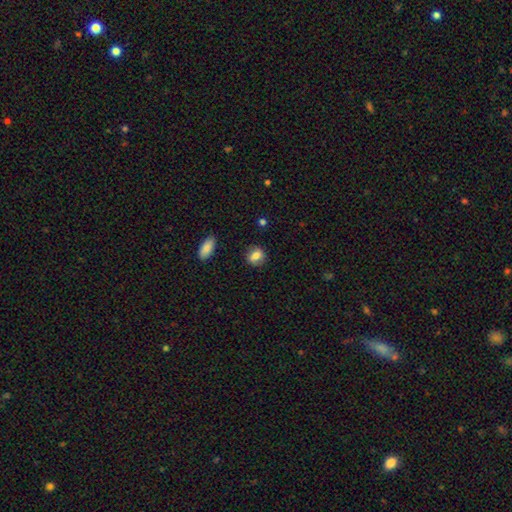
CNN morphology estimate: Smooth or featured: smooth — 79% (featured or disk — 12%)
How rounded: round — 49% (tied with in between — 49%)
Merging: none — 79% (minor disturbance — 15%)